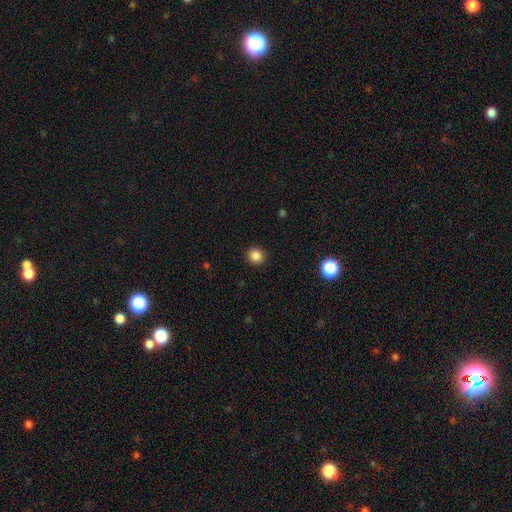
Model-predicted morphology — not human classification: type=smooth (85%); roundness=round (88%); merging=none (92%).